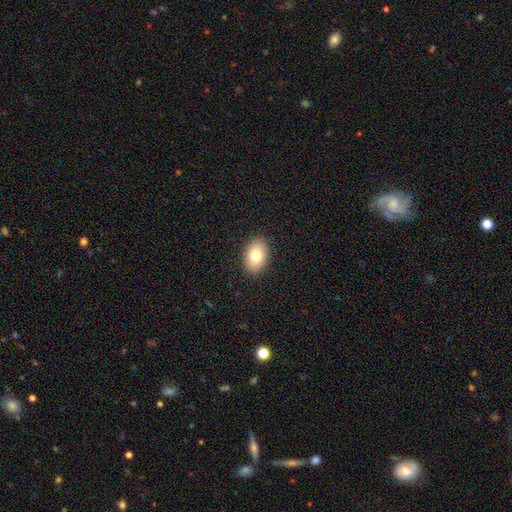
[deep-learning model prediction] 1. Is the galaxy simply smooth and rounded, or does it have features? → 78% smooth, 14% featured or disk, 8% star or artifact.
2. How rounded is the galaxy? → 86% in between, 12% round, 1% cigar-shaped.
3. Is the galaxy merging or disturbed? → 90% none, 8% minor disturbance, 2% major disturbance, 1% merger.